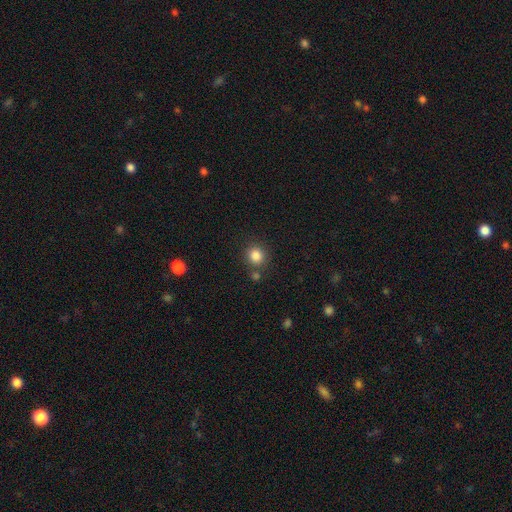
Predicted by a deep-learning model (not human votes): The model was most divided on "merging": none: 78%, merger: 10%, minor disturbance: 9%, major disturbance: 3%. More confident: how rounded — round (89%); smooth or featured — smooth (84%).